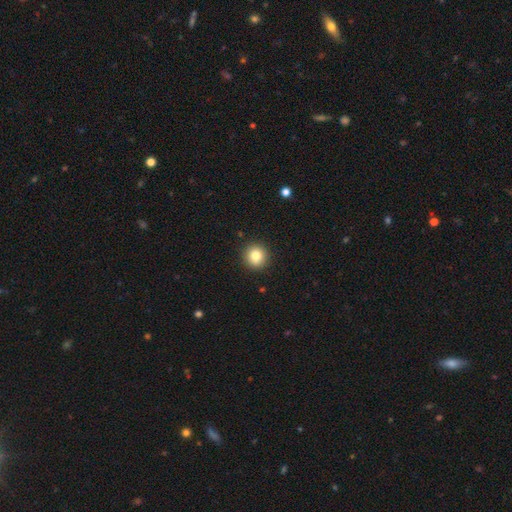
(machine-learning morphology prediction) This appears to be a smooth galaxy with no disk features (83%) that is round (92%). Merging: none (92%).